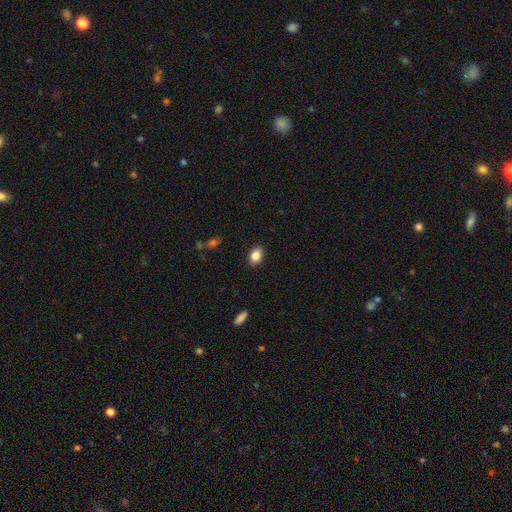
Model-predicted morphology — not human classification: The model was most divided on "how rounded": in between: 78%, round: 21%, cigar-shaped: 1%. More confident: merging — none (88%); smooth or featured — smooth (86%).